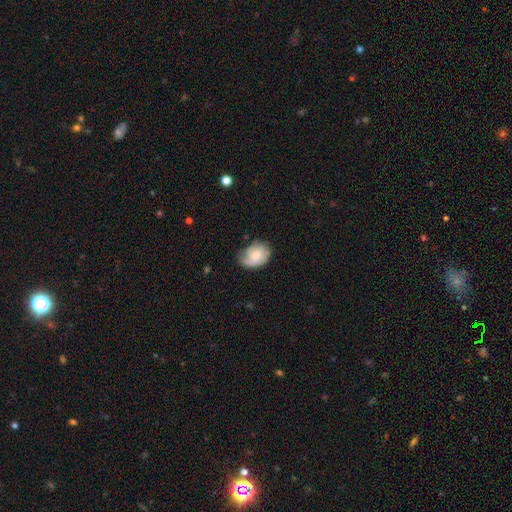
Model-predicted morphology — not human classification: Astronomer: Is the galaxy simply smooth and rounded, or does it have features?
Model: smooth — 50% (runner-up: featured or disk, 42%).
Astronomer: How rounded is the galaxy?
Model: in between — 61% (runner-up: round, 38%).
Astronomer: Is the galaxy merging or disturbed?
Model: none — 51% (runner-up: minor disturbance, 33%).